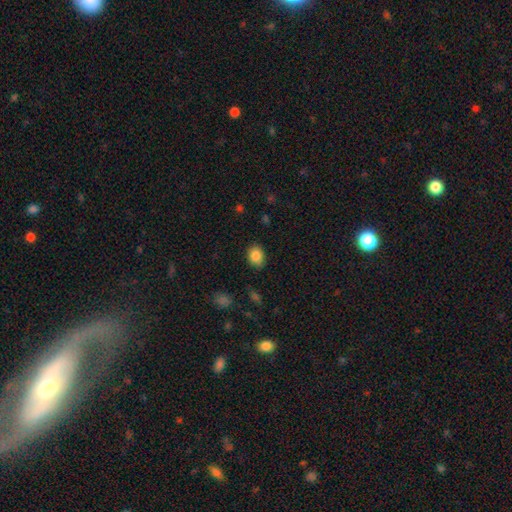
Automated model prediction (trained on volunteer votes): Smooth or featured?
  - smooth: 86% *
  - star or artifact: 9%
  - featured or disk: 6%
How rounded?
  - in between: 62% *
  - round: 37%
  - cigar-shaped: 1%
Merging?
  - none: 83% *
  - minor disturbance: 12%
  - major disturbance: 3%
  - merger: 1%